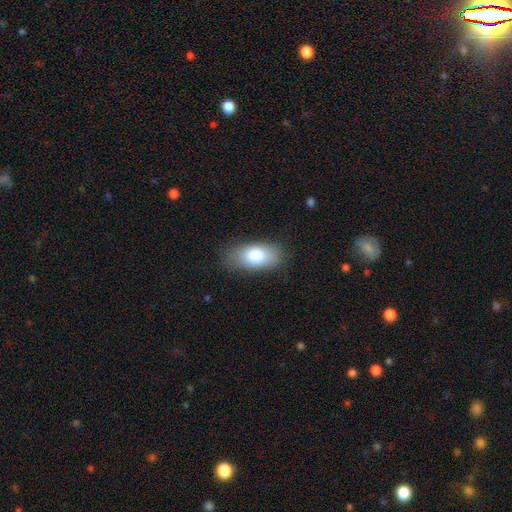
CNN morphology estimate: Overall: smooth (79%). How rounded: in between (91%). Merging: none (80%).